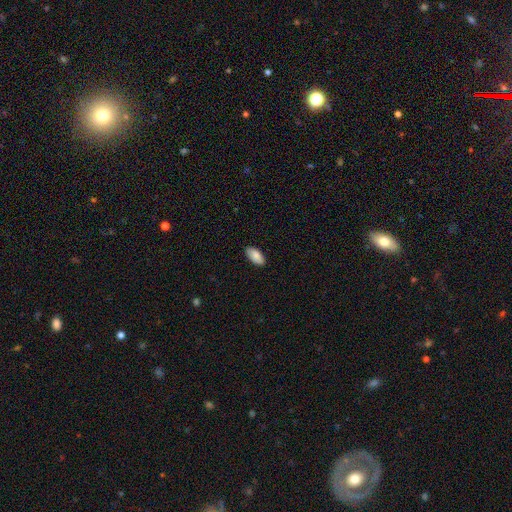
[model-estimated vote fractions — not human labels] A smooth galaxy with no disk features (85%) that is in between round and cigar-shaped (93%). Merging: none (87%).